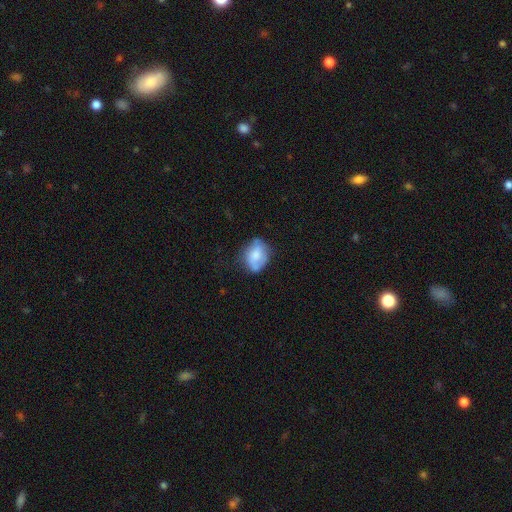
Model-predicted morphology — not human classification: Smooth or featured: smooth — 67% (featured or disk — 26%)
How rounded: in between — 62% (round — 37%)
Merging: none — 57% (minor disturbance — 31%)